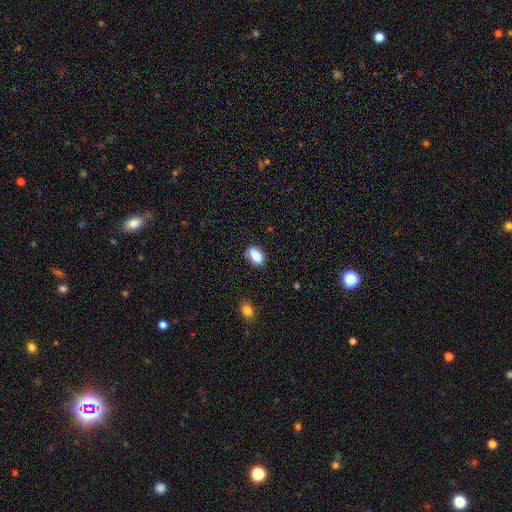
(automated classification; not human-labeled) smooth_or_featured: smooth (p=0.87) [alt: star or artifact p=0.08]
how_rounded: in between (p=0.90) [alt: round p=0.07]
merging: none (p=0.75) [alt: minor disturbance p=0.18]